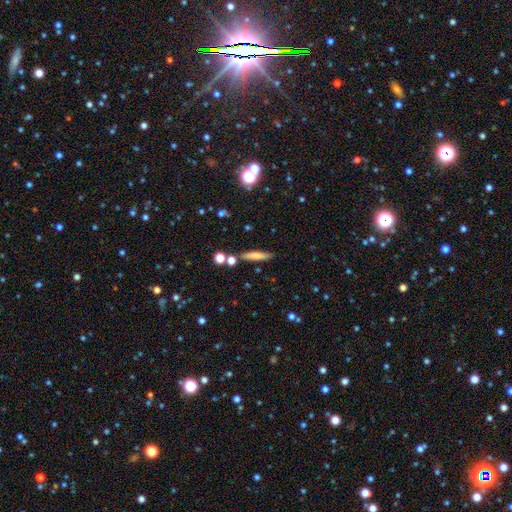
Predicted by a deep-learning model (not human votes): Morphology: type=smooth (71%); roundness=cigar-shaped (87%); merging=none (80%).